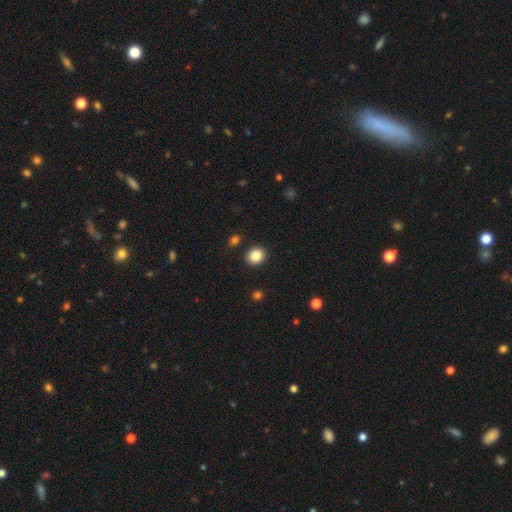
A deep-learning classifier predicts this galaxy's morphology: Q: Smooth or featured?
A: smooth (85%); runner-up: star or artifact (10%)
Q: How rounded?
A: round (76%); runner-up: in between (23%)
Q: Merging?
A: none (89%); runner-up: minor disturbance (6%)